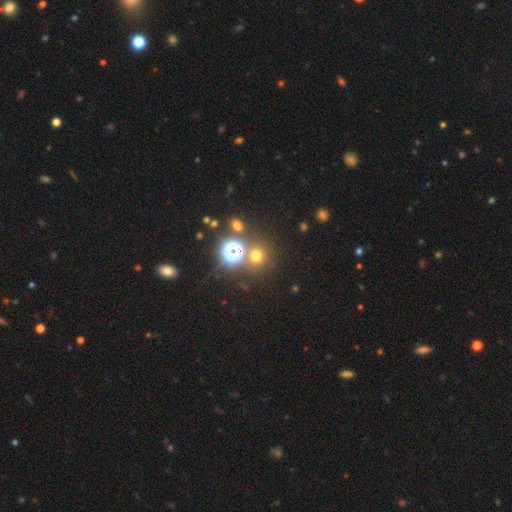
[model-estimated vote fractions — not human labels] A smooth galaxy with no disk features (59%) that is round (90%).

Vote fractions:
- Smooth or featured? smooth: 59% / star or artifact: 33% / featured or disk: 7%
- How rounded? round: 90% / in between: 9% / cigar-shaped: 1%
- Merging? none: 76% / merger: 12% / minor disturbance: 8% / major disturbance: 4%